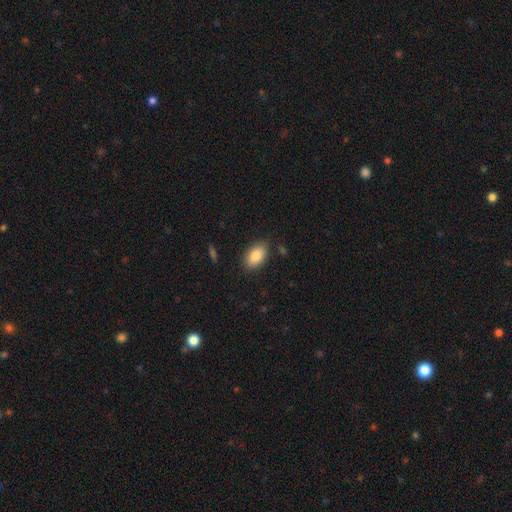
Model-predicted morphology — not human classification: smooth_or_featured: smooth (p=0.85) [alt: featured or disk p=0.08]
how_rounded: in between (p=0.92) [alt: round p=0.05]
merging: none (p=0.84) [alt: minor disturbance p=0.11]